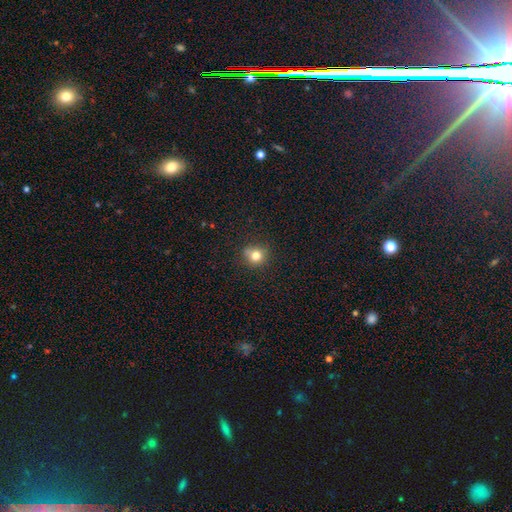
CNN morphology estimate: Smooth or featured?
  - smooth: 78% *
  - star or artifact: 14%
  - featured or disk: 8%
How rounded?
  - round: 86% *
  - in between: 13%
  - cigar-shaped: 1%
Merging?
  - none: 77% *
  - minor disturbance: 15%
  - major disturbance: 4%
  - merger: 4%